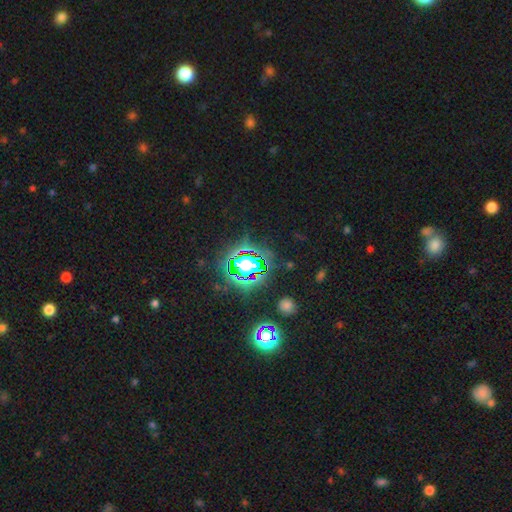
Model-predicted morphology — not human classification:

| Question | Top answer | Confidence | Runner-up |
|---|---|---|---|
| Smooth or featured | star or artifact | 79% | smooth (13%) |